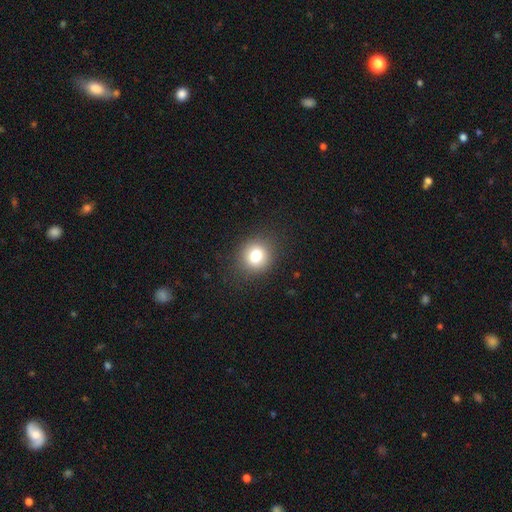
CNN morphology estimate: smooth_or_featured: smooth (p=0.78) [alt: star or artifact p=0.12]
how_rounded: round (p=0.83) [alt: in between p=0.16]
merging: none (p=0.88) [alt: minor disturbance p=0.08]